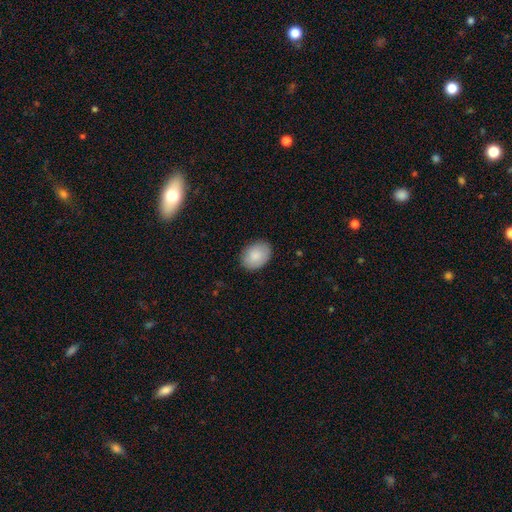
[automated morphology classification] Smooth or featured? Predicted: smooth (p=0.87). How rounded? Predicted: in between (p=0.75). Merging? Predicted: none (p=0.86).